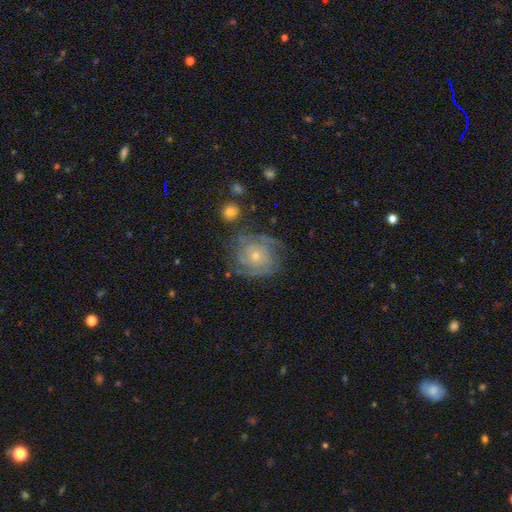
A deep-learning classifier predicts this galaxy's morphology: This appears to be a featured or disk galaxy (82%) with no bar (79%), tight (65%) spiral arms (94%) and a small central bulge (69%). Merging: none (72%).